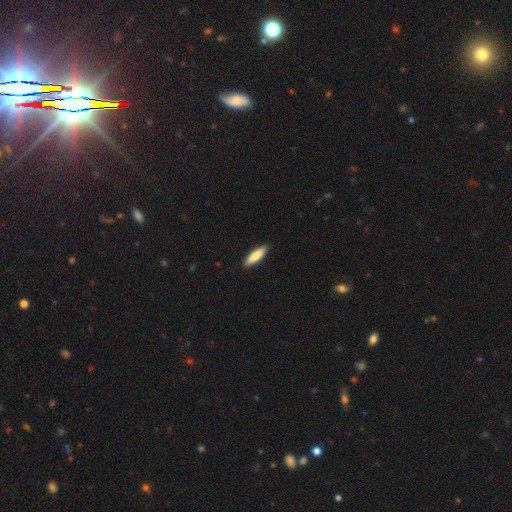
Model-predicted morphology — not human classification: This appears to be a smooth galaxy with no disk features (83%) that is cigar-shaped (67%). Merging: none (90%).